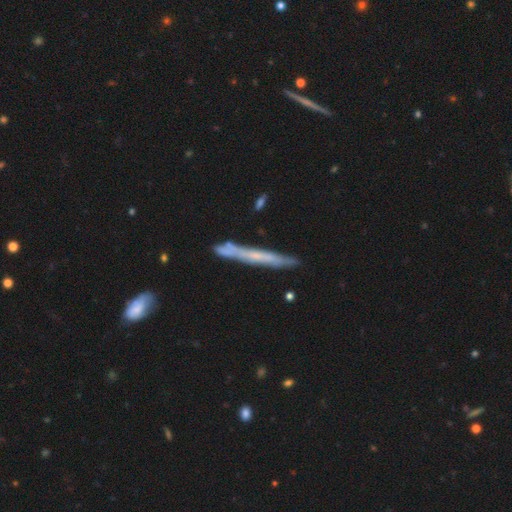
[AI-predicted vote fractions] A featured or disk galaxy (54%) viewed edge-on (91%). Merging: none (78%).